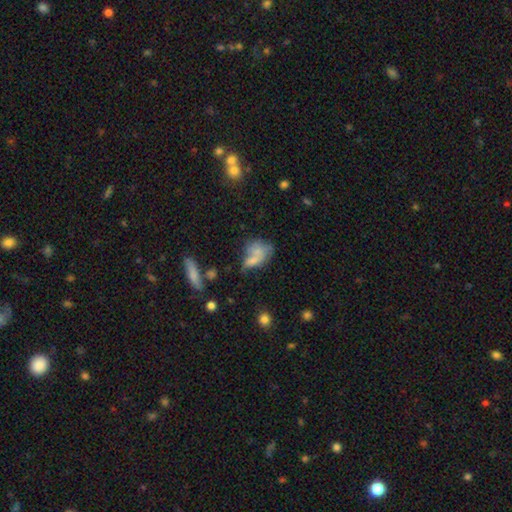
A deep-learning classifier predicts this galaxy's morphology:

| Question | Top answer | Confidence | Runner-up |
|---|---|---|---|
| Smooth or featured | smooth | 60% | featured or disk (28%) |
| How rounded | in between | 73% | round (22%) |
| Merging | merger | 37% | none (28%) |